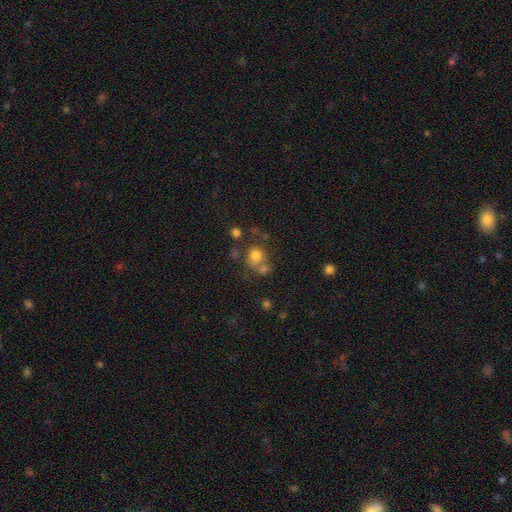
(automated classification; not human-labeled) smooth-or-featured: smooth: 74% | star or artifact: 14% | featured or disk: 12%
  how-rounded: round: 82% | in between: 17% | cigar-shaped: 1%
  merging: none: 48% | merger: 32% | minor disturbance: 12% | major disturbance: 8%